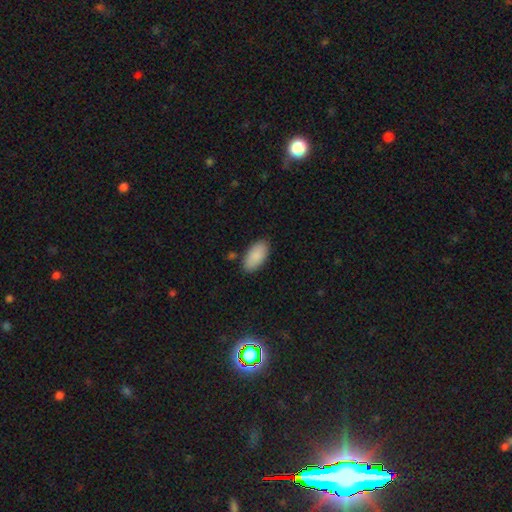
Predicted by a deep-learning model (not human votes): Q: Smooth or featured?
A: smooth (89%); runner-up: star or artifact (6%)
Q: How rounded?
A: in between (94%); runner-up: cigar-shaped (4%)
Q: Merging?
A: none (85%); runner-up: minor disturbance (11%)